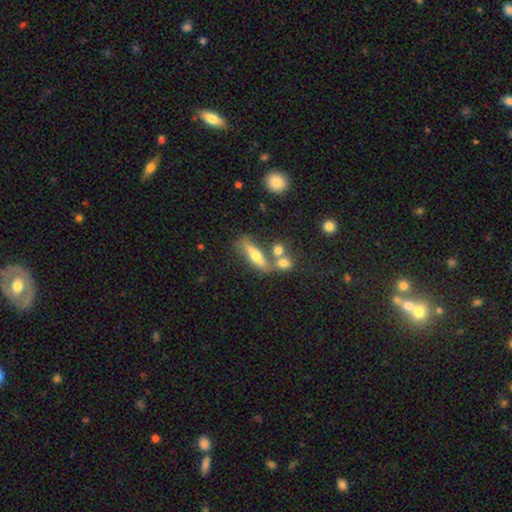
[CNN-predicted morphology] The model was most divided on "smooth or featured": smooth: 52%, featured or disk: 40%, star or artifact: 8%. More confident: how rounded — cigar-shaped (59%); merging — none (50%).